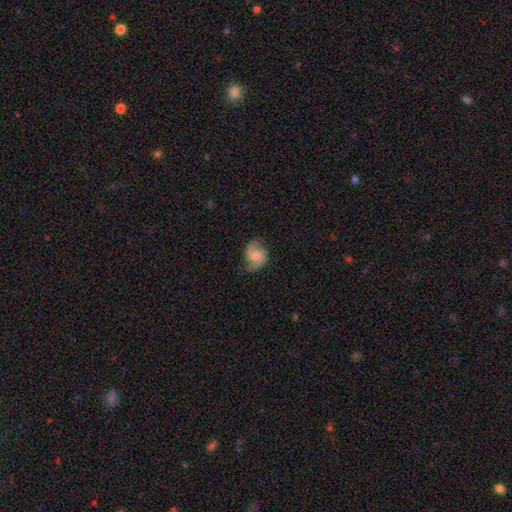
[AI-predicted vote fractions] Smooth or featured? Predicted: featured or disk (p=0.61). Edge-on disk? Predicted: no (p=0.97). Bar? Predicted: no (p=0.67). Spiral arms? Predicted: yes (p=0.92). Spiral winding? Predicted: medium (p=0.46). Spiral arm count? Predicted: 2 (p=0.88). Bulge size? Predicted: moderate (p=0.48). Merging? Predicted: none (p=0.69).